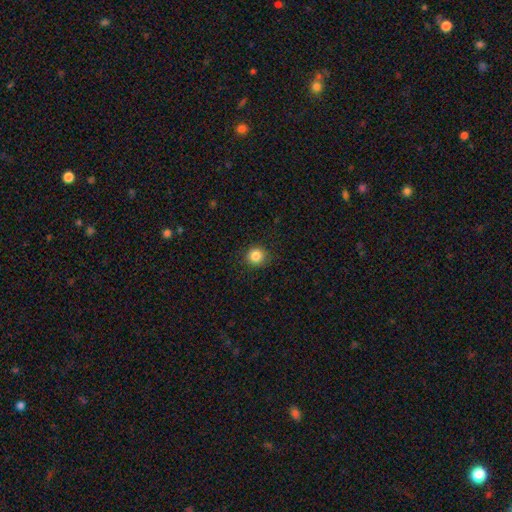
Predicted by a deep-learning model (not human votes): Smooth or featured?
  - smooth: 85% *
  - star or artifact: 10%
  - featured or disk: 4%
How rounded?
  - round: 91% *
  - in between: 8%
  - cigar-shaped: 1%
Merging?
  - none: 89% *
  - minor disturbance: 7%
  - major disturbance: 2%
  - merger: 1%